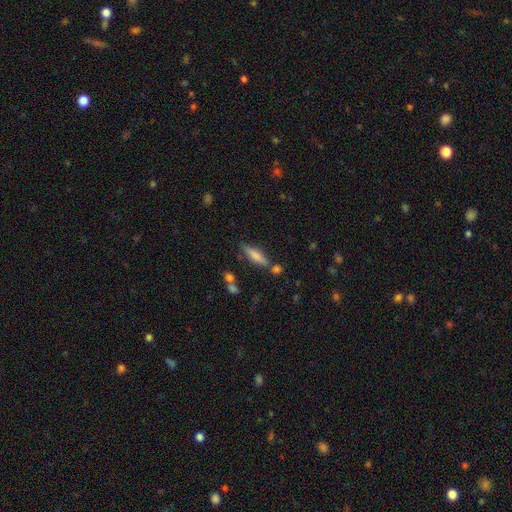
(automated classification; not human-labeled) A smooth galaxy with no disk features (65%) that is cigar-shaped (70%). Merging: none (69%).